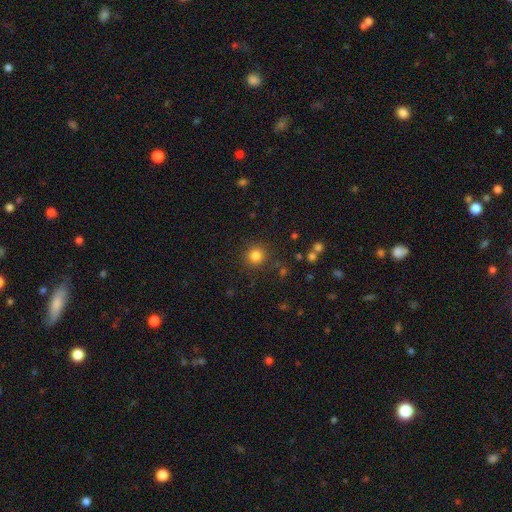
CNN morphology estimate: Smooth or featured: smooth — 82% (star or artifact — 13%)
How rounded: round — 94% (in between — 6%)
Merging: none — 88% (minor disturbance — 7%)